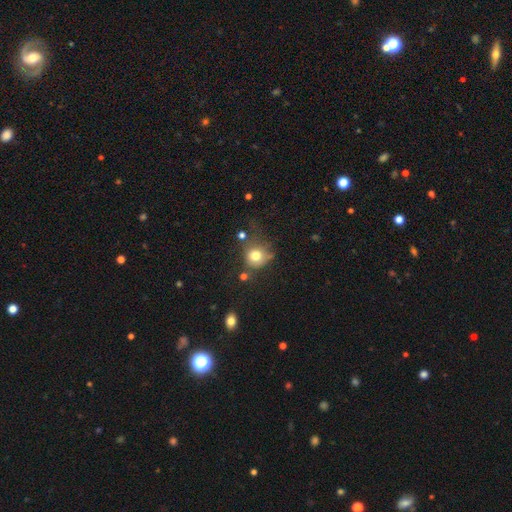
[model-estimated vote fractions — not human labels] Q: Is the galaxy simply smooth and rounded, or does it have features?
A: smooth — 74%.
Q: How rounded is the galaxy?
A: round — 78%.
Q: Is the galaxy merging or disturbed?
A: none — 46%.